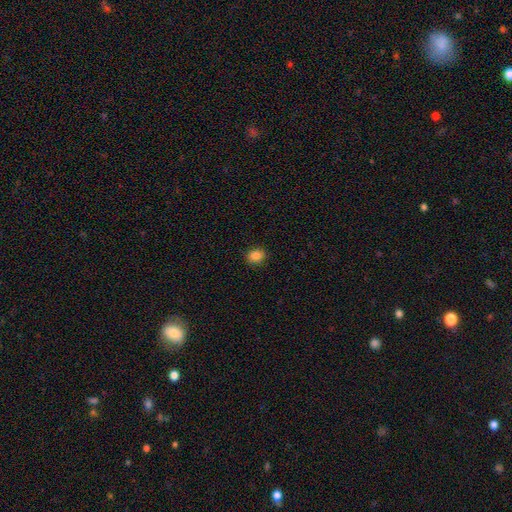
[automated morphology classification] A smooth galaxy with no disk features (85%) that is round (61%).

Vote fractions:
- Smooth or featured? smooth: 85% / star or artifact: 11% / featured or disk: 4%
- How rounded? round: 61% / in between: 38% / cigar-shaped: 1%
- Merging? none: 89% / minor disturbance: 8% / major disturbance: 2% / merger: 1%